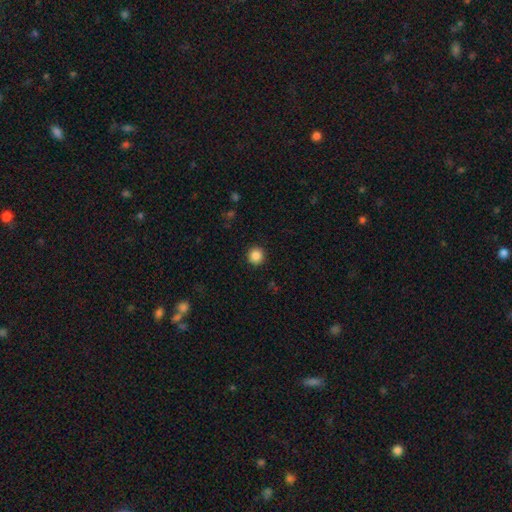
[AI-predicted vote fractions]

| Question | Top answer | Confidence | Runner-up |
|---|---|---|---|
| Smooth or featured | smooth | 87% | star or artifact (10%) |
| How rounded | round | 95% | in between (4%) |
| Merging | none | 92% | minor disturbance (5%) |